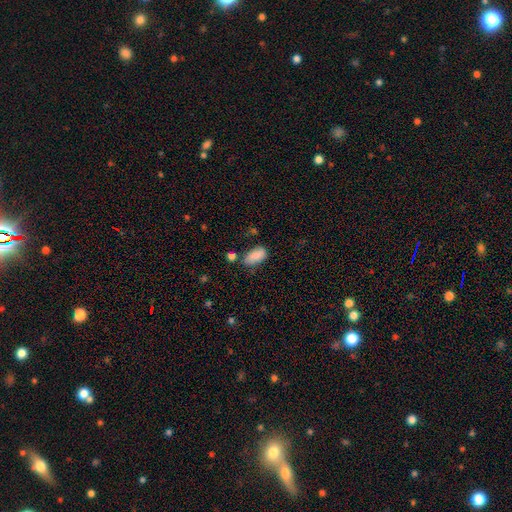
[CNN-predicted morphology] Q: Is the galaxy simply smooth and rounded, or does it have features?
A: smooth — 85%.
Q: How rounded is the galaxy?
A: in between — 92%.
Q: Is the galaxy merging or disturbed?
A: none — 66%.